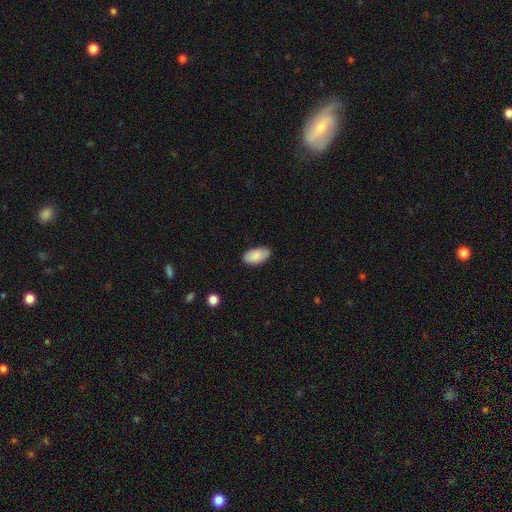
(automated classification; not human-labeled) Smooth or featured: smooth — 88% (star or artifact — 6%)
How rounded: in between — 95% (round — 3%)
Merging: none — 84% (minor disturbance — 12%)